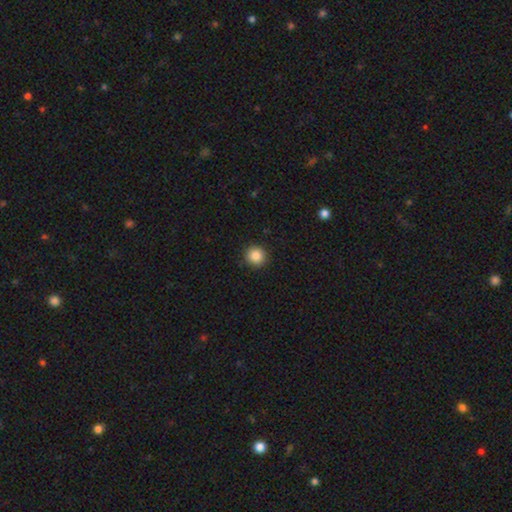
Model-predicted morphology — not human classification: This appears to be a smooth galaxy with no disk features (87%) that is round (94%). Merging: none (91%).